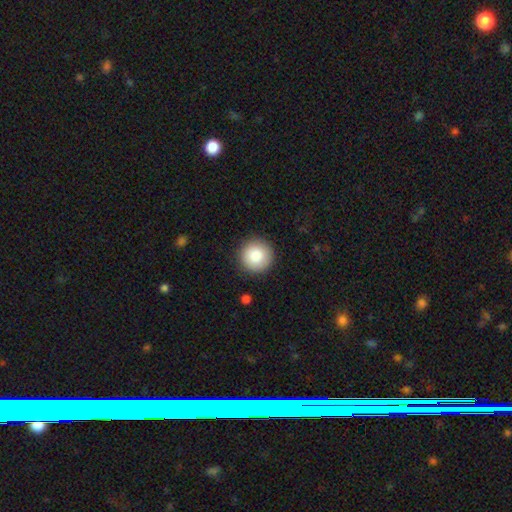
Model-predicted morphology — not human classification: The model was most divided on "smooth or featured": smooth: 85%, star or artifact: 8%, featured or disk: 7%. More confident: how rounded — round (96%); merging — none (91%).